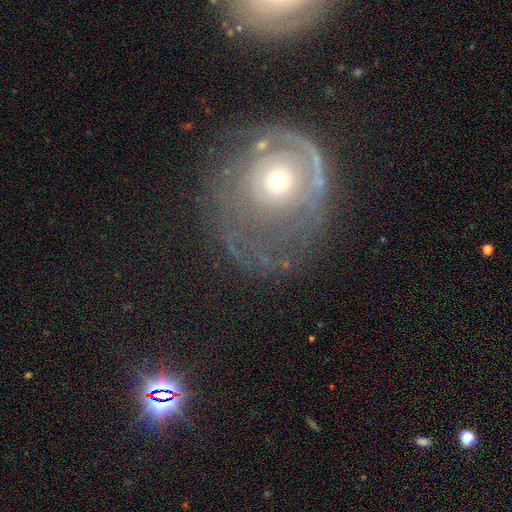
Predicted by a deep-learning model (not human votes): smooth-or-featured: featured or disk: 68% | smooth: 21% | star or artifact: 11%
  disk-edge-on: no: 96% | yes: 4%
    bar: no: 85% | weak: 12% | strong: 4%
    has-spiral-arms: yes: 66% | no: 34%
    bulge-size: moderate: 50% | small: 43% | large: 5% | dominant: 2% | none: 2%
  merging: none: 54% | major disturbance: 21% | minor disturbance: 18% | merger: 7%